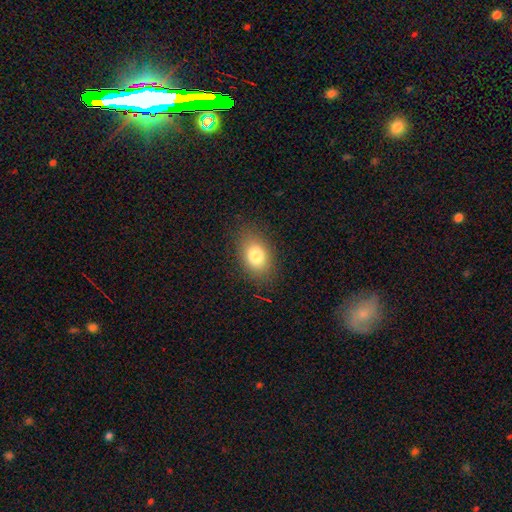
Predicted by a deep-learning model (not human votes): Smooth or featured: smooth — 80% (featured or disk — 10%)
How rounded: in between — 76% (round — 23%)
Merging: none — 84% (minor disturbance — 11%)